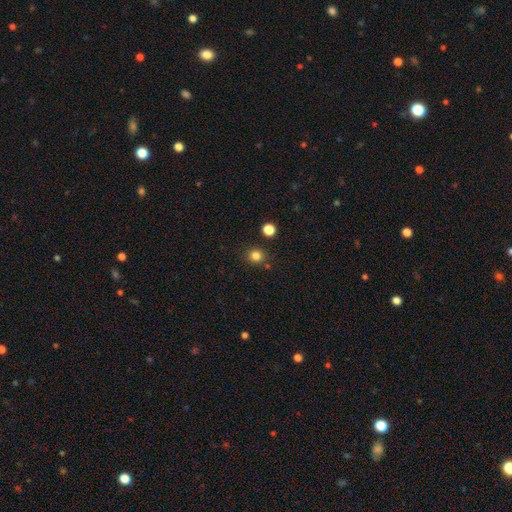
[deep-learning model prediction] Smooth or featured?
  - smooth: 82% *
  - star or artifact: 14%
  - featured or disk: 5%
How rounded?
  - round: 85% *
  - in between: 14%
  - cigar-shaped: 1%
Merging?
  - none: 84% *
  - minor disturbance: 8%
  - merger: 5%
  - major disturbance: 2%